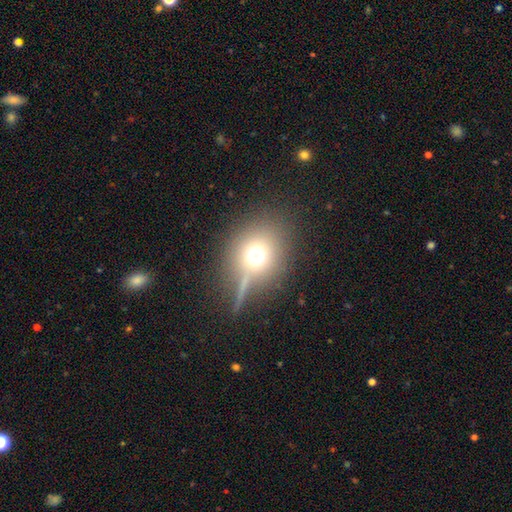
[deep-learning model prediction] Overall: smooth (63%). How rounded: round (77%). Merging: none (74%).